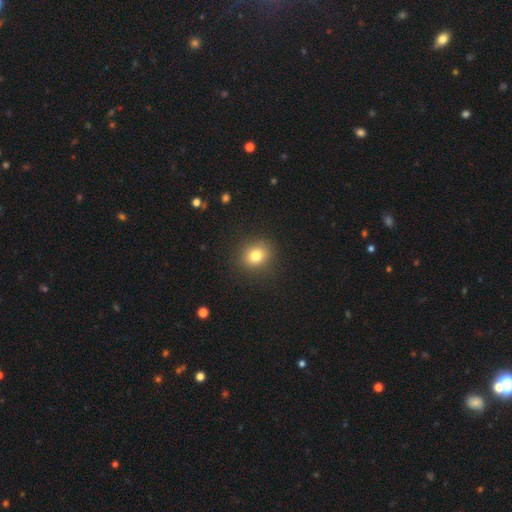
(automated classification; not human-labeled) A smooth galaxy with no disk features (80%) that is round (71%). Merging: none (89%).